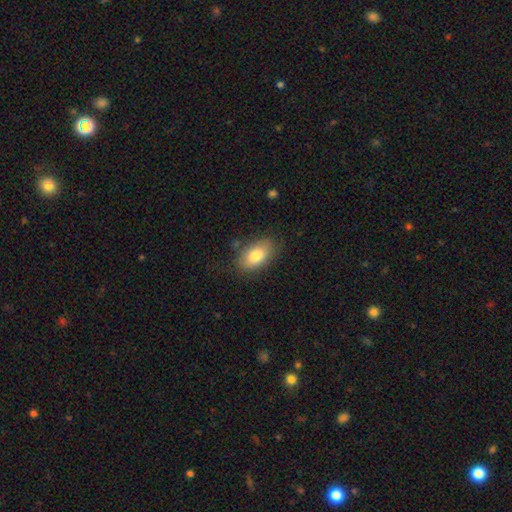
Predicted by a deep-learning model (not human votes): Smooth or featured?
  - smooth: 80% *
  - featured or disk: 13%
  - star or artifact: 7%
How rounded?
  - in between: 92% *
  - round: 5%
  - cigar-shaped: 3%
Merging?
  - none: 78% *
  - minor disturbance: 16%
  - major disturbance: 4%
  - merger: 2%